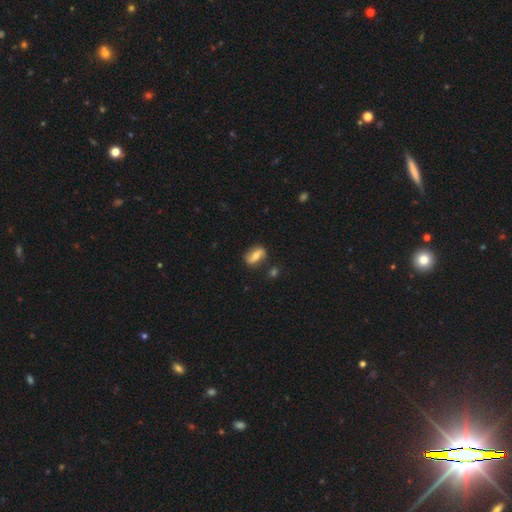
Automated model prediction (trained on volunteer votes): Smooth or featured? Predicted: featured or disk (p=0.48). Merging? Predicted: none (p=0.77).